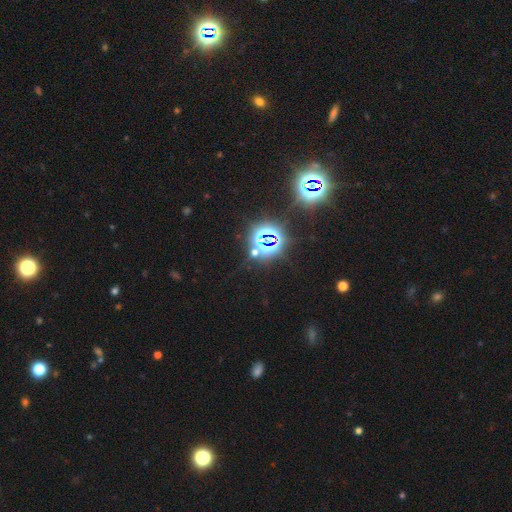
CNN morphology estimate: The model was most divided on "smooth or featured": star or artifact: 81%, smooth: 12%, featured or disk: 6%.